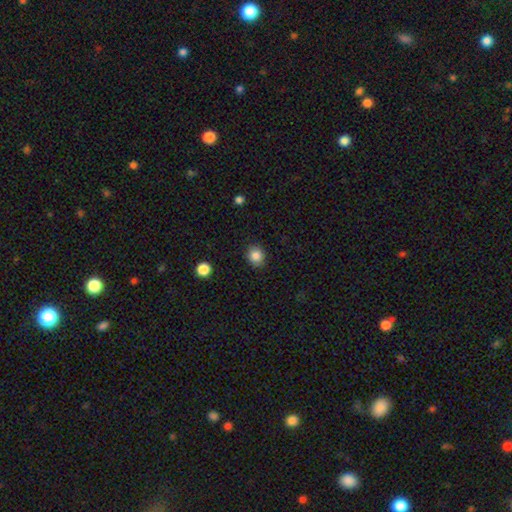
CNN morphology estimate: A smooth galaxy with no disk features (86%) that is round (76%).

Vote fractions:
- Smooth or featured? smooth: 86% / star or artifact: 10% / featured or disk: 5%
- How rounded? round: 76% / in between: 24% / cigar-shaped: 1%
- Merging? none: 88% / minor disturbance: 8% / major disturbance: 2% / merger: 1%